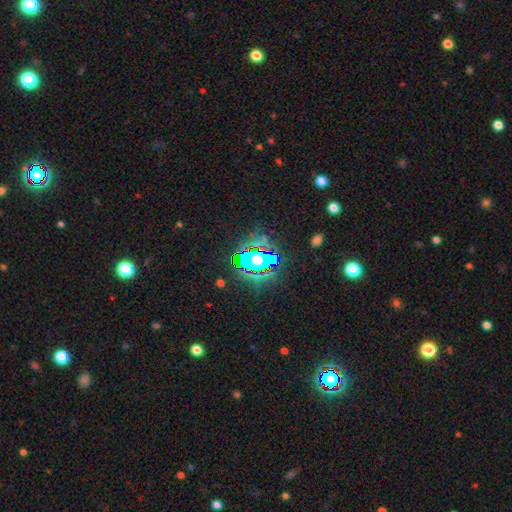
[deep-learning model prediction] A star or artifact, not a galaxy (80%).

Vote fractions:
- Smooth or featured? star or artifact: 80% / smooth: 12% / featured or disk: 8%